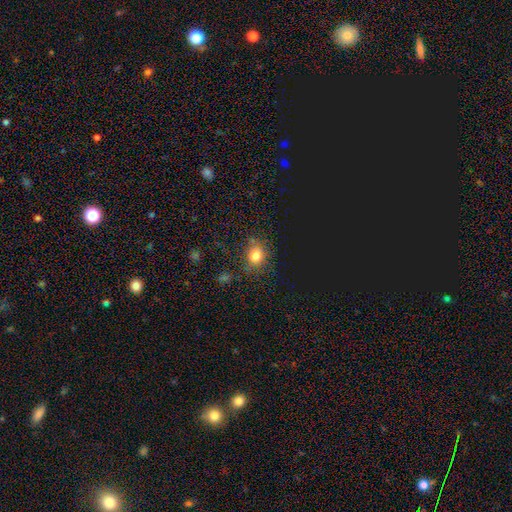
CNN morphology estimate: Smooth or featured?
  - smooth: 76% *
  - star or artifact: 17%
  - featured or disk: 6%
How rounded?
  - round: 63% *
  - in between: 35%
  - cigar-shaped: 1%
Merging?
  - none: 76% *
  - minor disturbance: 15%
  - major disturbance: 5%
  - merger: 4%